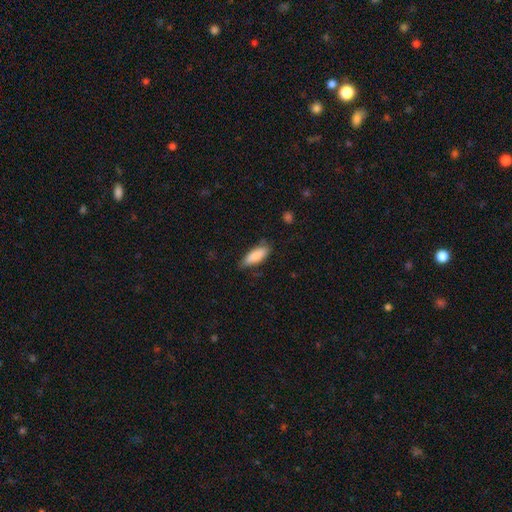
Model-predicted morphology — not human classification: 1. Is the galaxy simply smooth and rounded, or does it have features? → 85% smooth, 9% featured or disk, 6% star or artifact.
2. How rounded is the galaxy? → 72% in between, 26% cigar-shaped, 2% round.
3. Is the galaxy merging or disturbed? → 69% none, 24% minor disturbance, 5% major disturbance, 2% merger.